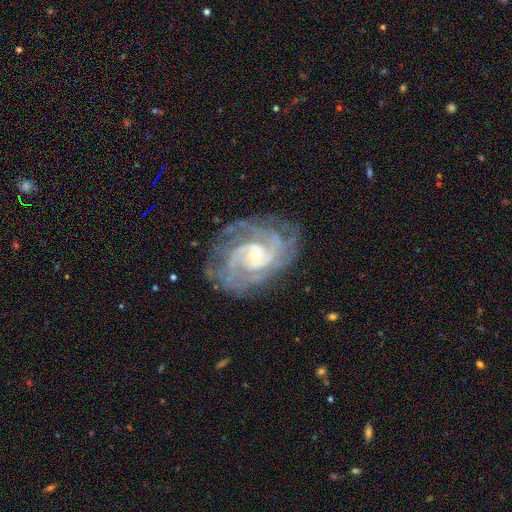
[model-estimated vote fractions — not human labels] A featured or disk galaxy (91%) with no bar (62%), 2 (28%) tight (66%) spiral arms (98%) and a small central bulge (68%).

Vote fractions:
- Smooth or featured? featured or disk: 91% / star or artifact: 5% / smooth: 4%
- Edge-on disk? no: 97% / yes: 3%
- Bar? no: 62% / weak: 29% / strong: 9%
- Spiral arms? yes: 98% / no: 2%
- Spiral winding? tight: 66% / medium: 30% / loose: 5%
- Spiral arm count? 2: 28% / 3: 22% / can't tell: 20% / 4: 15% / more than 4: 8% / 1: 7%
- Bulge size? small: 68% / moderate: 29% / large: 2% / none: 1% / dominant: 1%
- Merging? none: 75% / minor disturbance: 17% / major disturbance: 7% / merger: 1%